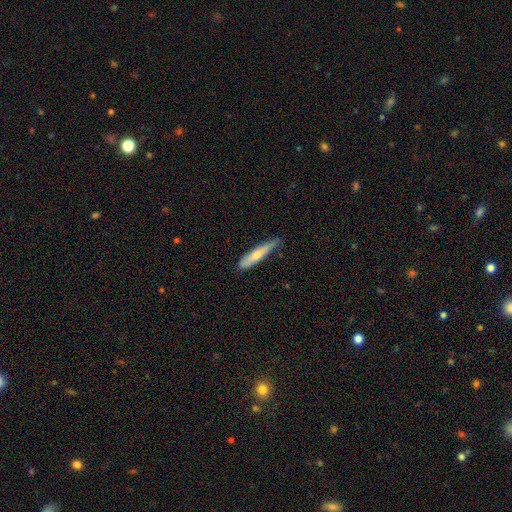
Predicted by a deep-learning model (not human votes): smooth-or-featured: smooth: 56% | featured or disk: 37% | star or artifact: 7%
  how-rounded: cigar-shaped: 90% | in between: 9% | round: 1%
  merging: none: 71% | minor disturbance: 24% | major disturbance: 4% | merger: 2%